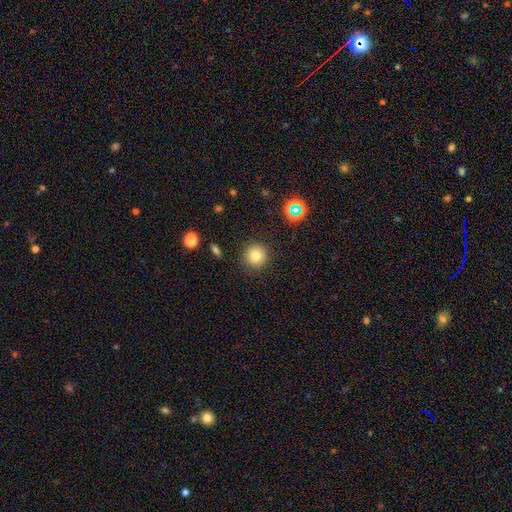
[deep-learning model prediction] Smooth or featured? Predicted: smooth (p=0.78). How rounded? Predicted: round (p=0.95). Merging? Predicted: none (p=0.89).